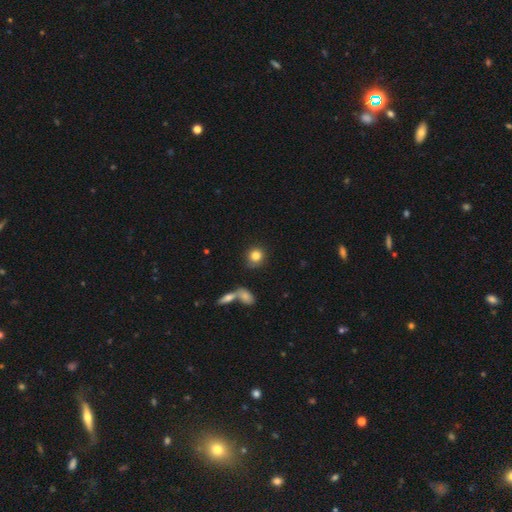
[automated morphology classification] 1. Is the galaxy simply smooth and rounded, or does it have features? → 82% smooth, 10% star or artifact, 8% featured or disk.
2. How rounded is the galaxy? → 85% round, 14% in between, 2% cigar-shaped.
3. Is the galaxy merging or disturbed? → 77% none, 12% minor disturbance, 7% merger, 4% major disturbance.